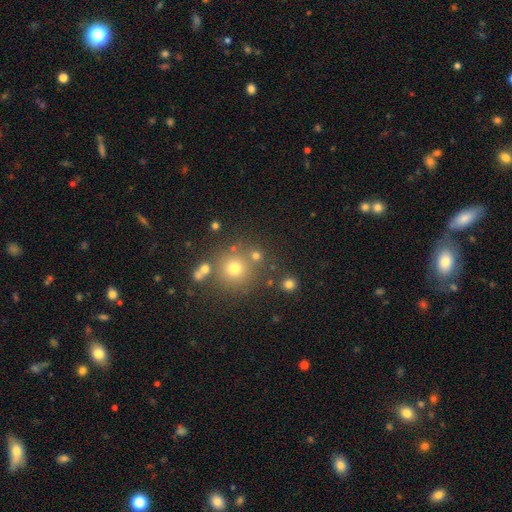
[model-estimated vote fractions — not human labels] Overall: smooth (69%). How rounded: round (91%). Merging: none (74%).